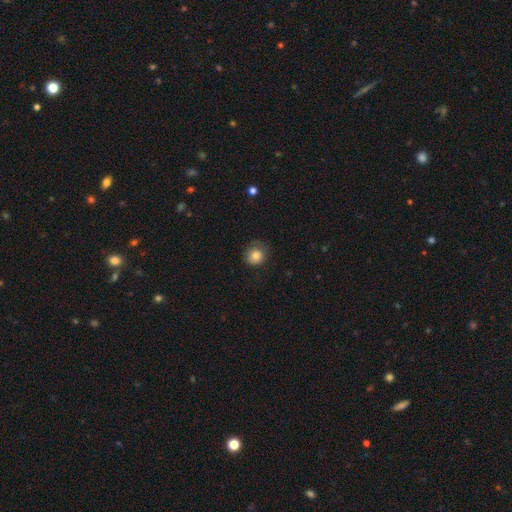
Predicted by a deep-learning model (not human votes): A smooth galaxy with no disk features (81%) that is round (84%). Merging: none (63%).